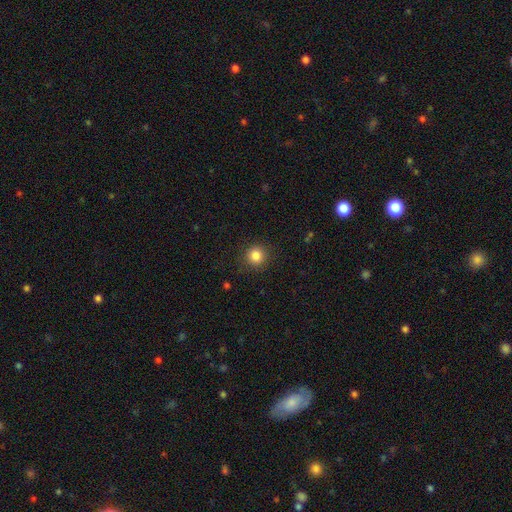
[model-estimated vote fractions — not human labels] Smooth or featured? smooth (84%)
How rounded? round (94%)
Merging? none (89%)